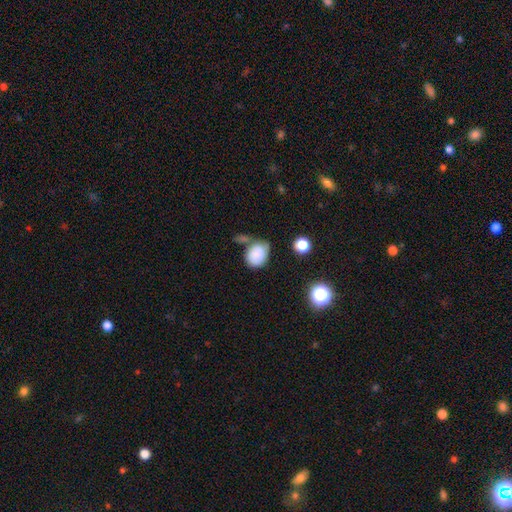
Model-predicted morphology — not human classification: This is clearly a smooth galaxy (82%). How rounded: possibly in between (53%). Merging: marginally none (43%).